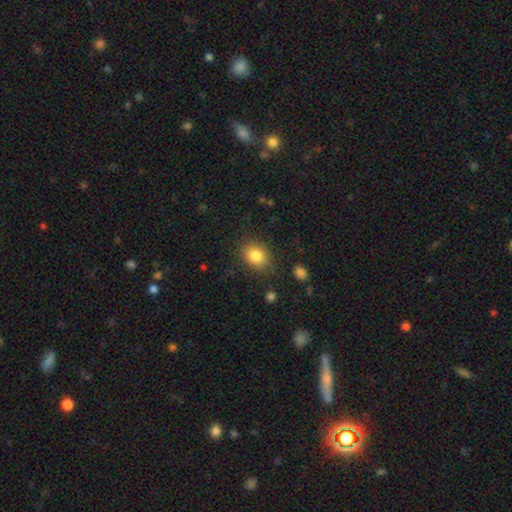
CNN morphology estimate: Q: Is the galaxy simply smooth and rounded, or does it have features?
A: smooth — 83%.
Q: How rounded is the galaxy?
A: in between — 56%.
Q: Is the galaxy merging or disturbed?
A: none — 80%.